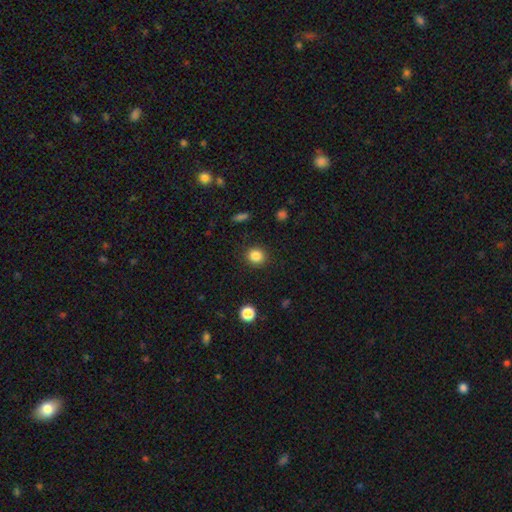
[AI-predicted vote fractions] Smooth or featured?
  - smooth: 85% *
  - star or artifact: 11%
  - featured or disk: 4%
How rounded?
  - round: 83% *
  - in between: 16%
  - cigar-shaped: 1%
Merging?
  - none: 90% *
  - minor disturbance: 6%
  - major disturbance: 2%
  - merger: 1%